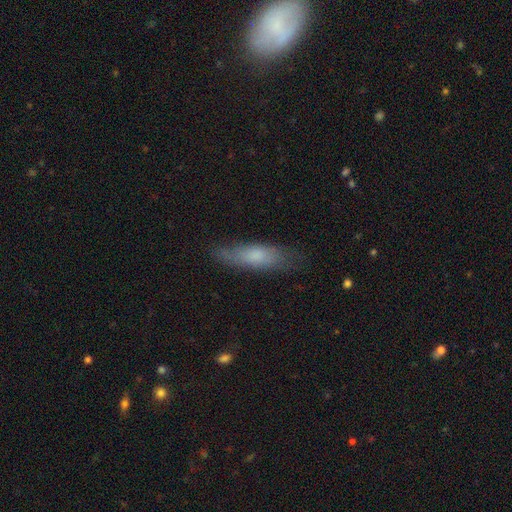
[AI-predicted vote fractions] Smooth or featured? smooth (68%)
How rounded? cigar-shaped (58%)
Merging? none (72%)